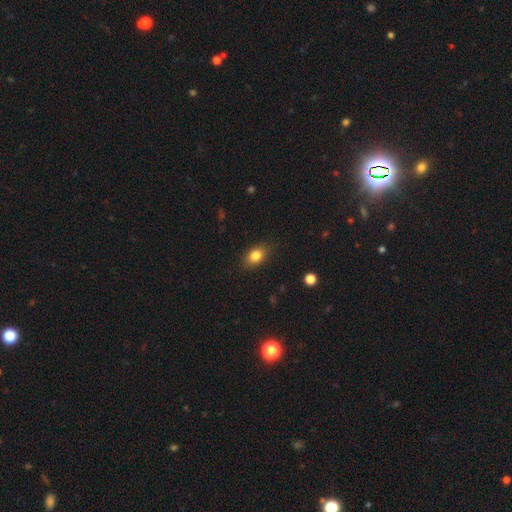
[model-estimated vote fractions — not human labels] smooth_or_featured: smooth (p=0.83) [alt: star or artifact p=0.09]
how_rounded: in between (p=0.77) [alt: round p=0.21]
merging: none (p=0.85) [alt: minor disturbance p=0.12]